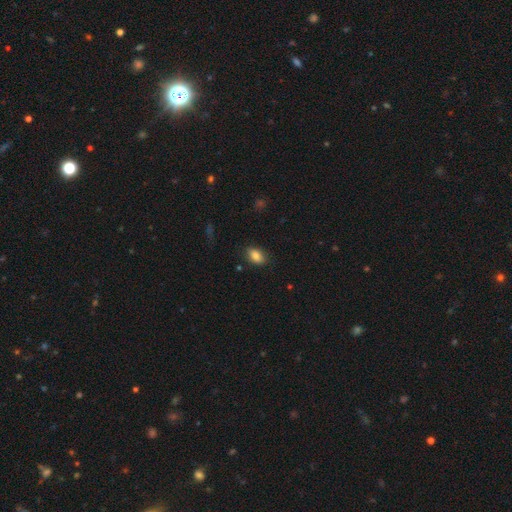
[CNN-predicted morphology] Q: Smooth or featured?
A: smooth (85%); runner-up: star or artifact (9%)
Q: How rounded?
A: in between (88%); runner-up: round (10%)
Q: Merging?
A: none (82%); runner-up: minor disturbance (13%)